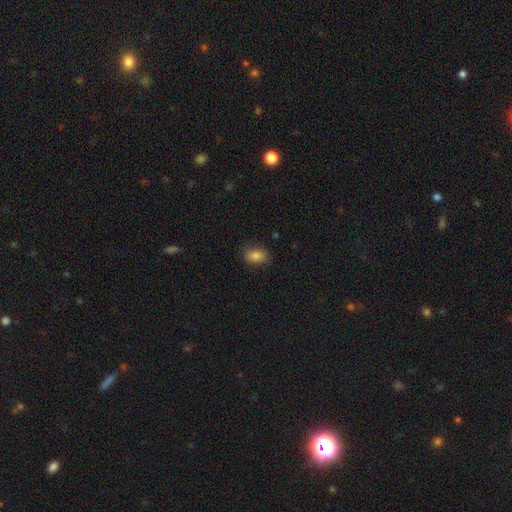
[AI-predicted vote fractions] Q: Smooth or featured?
A: smooth (83%); runner-up: star or artifact (9%)
Q: How rounded?
A: in between (81%); runner-up: round (18%)
Q: Merging?
A: none (80%); runner-up: minor disturbance (15%)